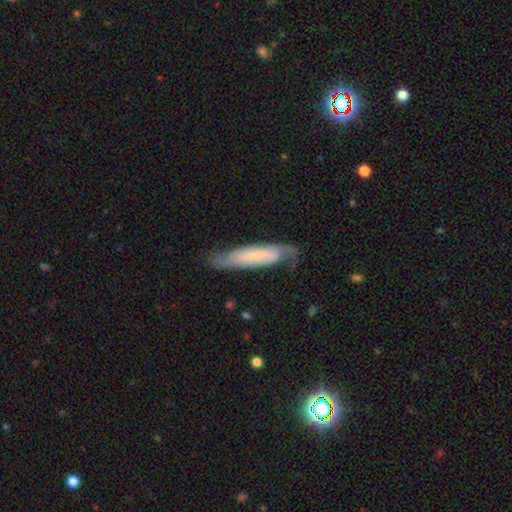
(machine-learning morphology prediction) Q: Smooth or featured?
A: featured or disk (50%); runner-up: smooth (44%)
Q: Merging?
A: none (69%); runner-up: minor disturbance (22%)